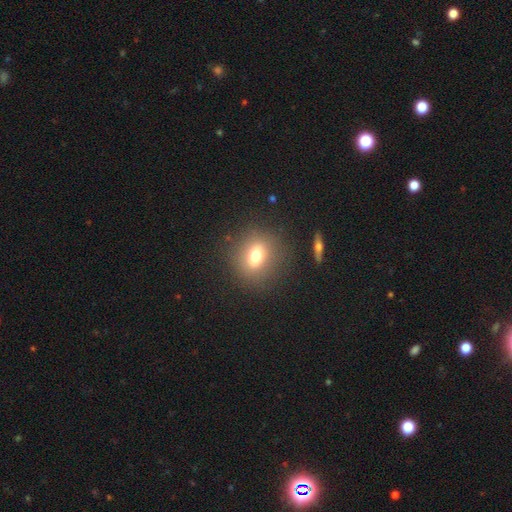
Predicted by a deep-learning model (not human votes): Smooth or featured: smooth — 71% (featured or disk — 16%)
How rounded: round — 64% (in between — 34%)
Merging: none — 85% (minor disturbance — 9%)